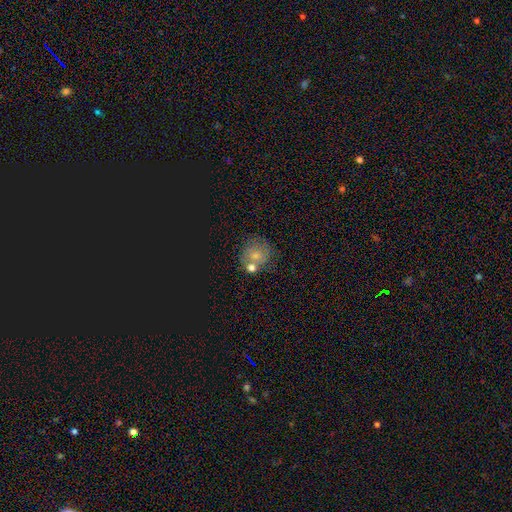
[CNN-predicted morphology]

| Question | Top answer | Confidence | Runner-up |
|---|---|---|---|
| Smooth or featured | smooth | 44% | star or artifact (29%) |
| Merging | none | 68% | merger (14%) |